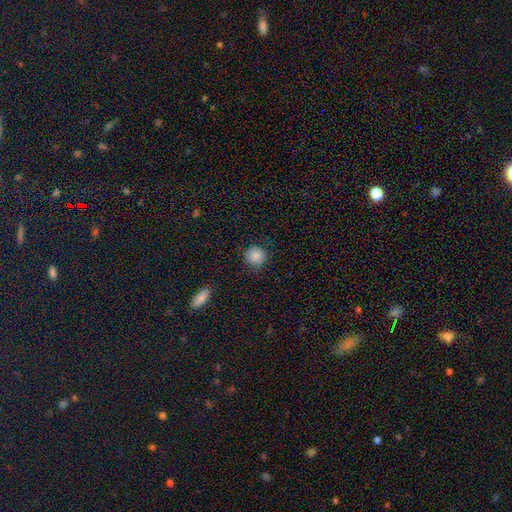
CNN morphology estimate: The model was most divided on "merging": none: 84%, minor disturbance: 12%, major disturbance: 3%, merger: 1%. More confident: how rounded — round (92%); smooth or featured — smooth (86%).